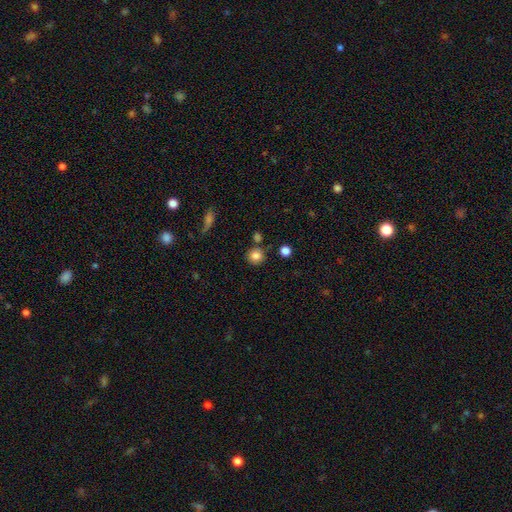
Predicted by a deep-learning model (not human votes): smooth-or-featured: smooth: 83% | star or artifact: 10% | featured or disk: 7%
  how-rounded: round: 90% | in between: 9% | cigar-shaped: 1%
  merging: none: 79% | minor disturbance: 10% | merger: 8% | major disturbance: 3%